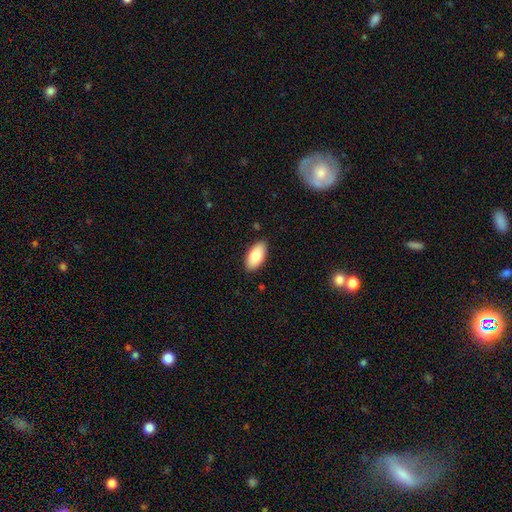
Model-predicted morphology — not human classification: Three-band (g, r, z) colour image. It shows a smooth galaxy with no disk features (82%) that is in between round and cigar-shaped (94%). Merging: none (88%).